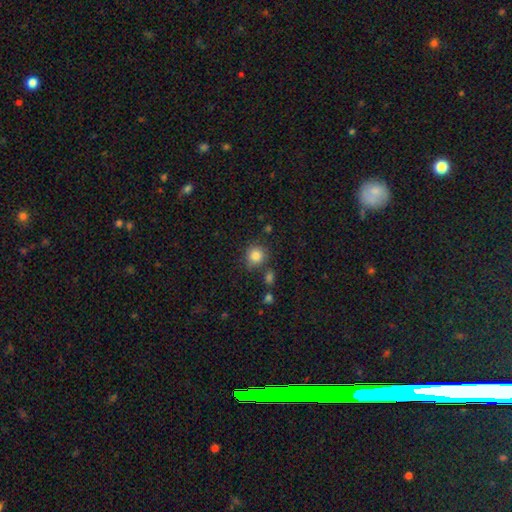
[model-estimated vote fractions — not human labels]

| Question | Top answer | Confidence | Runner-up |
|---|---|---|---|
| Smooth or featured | smooth | 84% | star or artifact (10%) |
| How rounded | round | 85% | in between (14%) |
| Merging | none | 77% | minor disturbance (13%) |